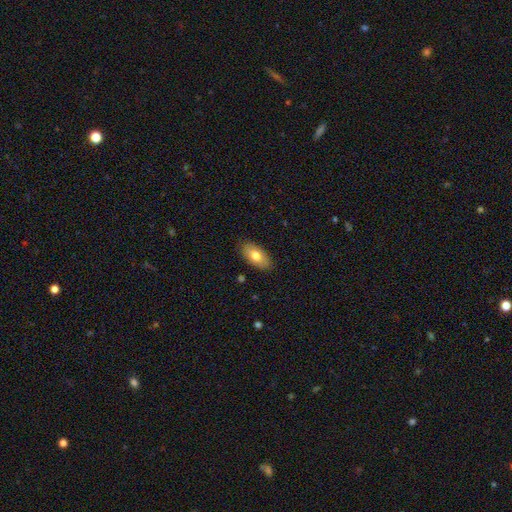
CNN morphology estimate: Smooth or featured?
  - smooth: 75% *
  - featured or disk: 18%
  - star or artifact: 6%
How rounded?
  - in between: 93% *
  - cigar-shaped: 4%
  - round: 4%
Merging?
  - none: 86% *
  - minor disturbance: 11%
  - major disturbance: 2%
  - merger: 1%